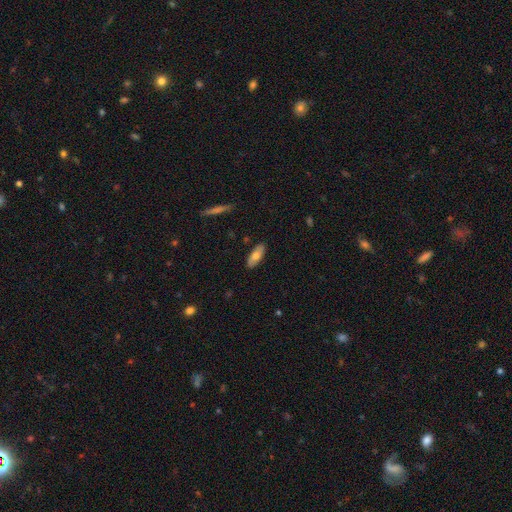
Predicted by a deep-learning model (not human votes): Smooth or featured: smooth — 70% (featured or disk — 23%)
How rounded: in between — 71% (cigar-shaped — 26%)
Merging: none — 88% (minor disturbance — 9%)